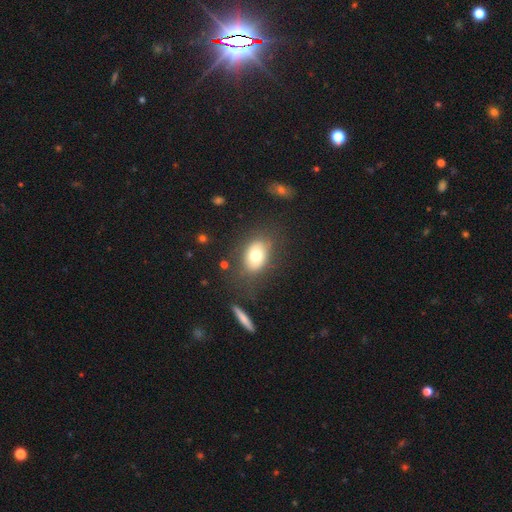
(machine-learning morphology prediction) type=smooth (72%); roundness=in between (75%); merging=none (73%).